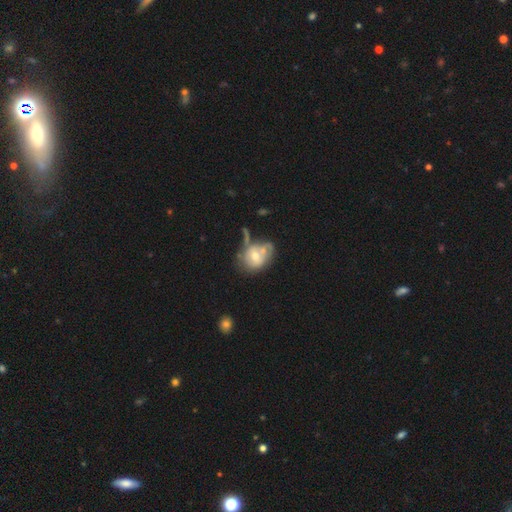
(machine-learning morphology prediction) Q: Smooth or featured?
A: smooth (49%); runner-up: featured or disk (42%)
Q: Merging?
A: merger (32%); runner-up: none (29%)